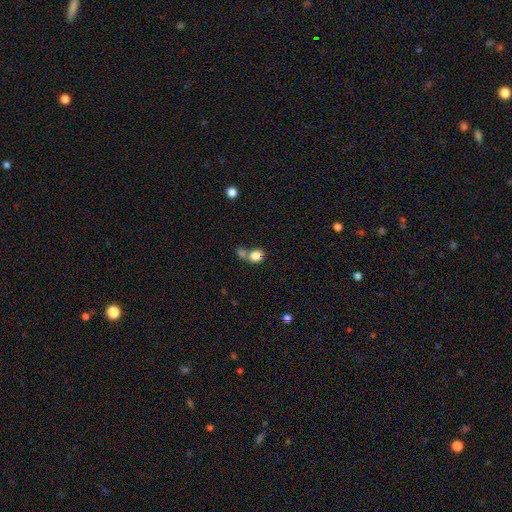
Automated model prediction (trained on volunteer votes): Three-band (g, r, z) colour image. It shows a smooth galaxy with no disk features (82%) that is round (66%). Merging: merger (43%).